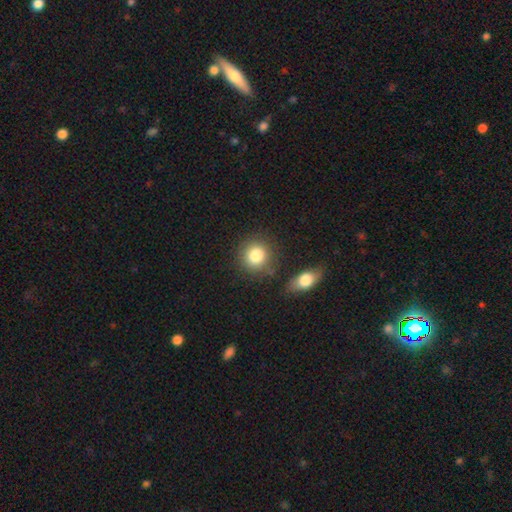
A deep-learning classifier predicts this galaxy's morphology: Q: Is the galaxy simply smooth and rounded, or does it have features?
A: smooth — 82%.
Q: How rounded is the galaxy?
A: round — 87%.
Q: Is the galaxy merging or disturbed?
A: none — 78%.